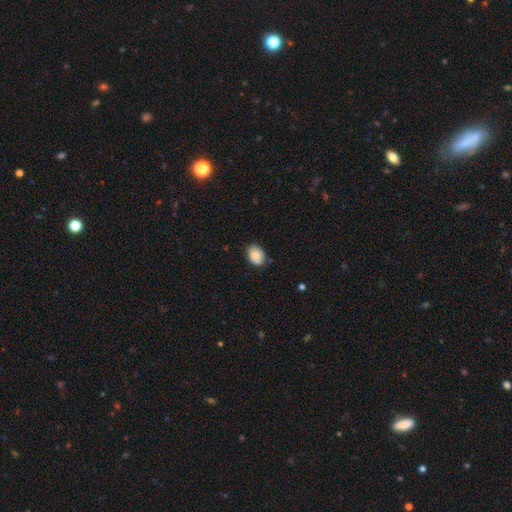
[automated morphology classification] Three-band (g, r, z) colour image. It shows a smooth galaxy with no disk features (84%) that is in between round and cigar-shaped (69%). Merging: none (77%).